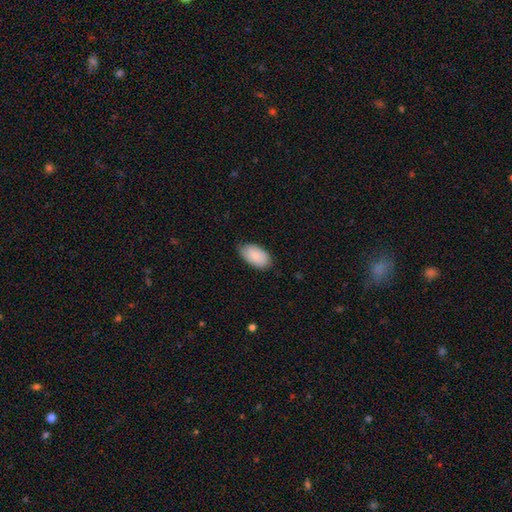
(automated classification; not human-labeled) smooth 86%, featured or disk 8%, star or artifact 6%. Down the decision tree: how rounded — in between (95%); merging — none (77%).